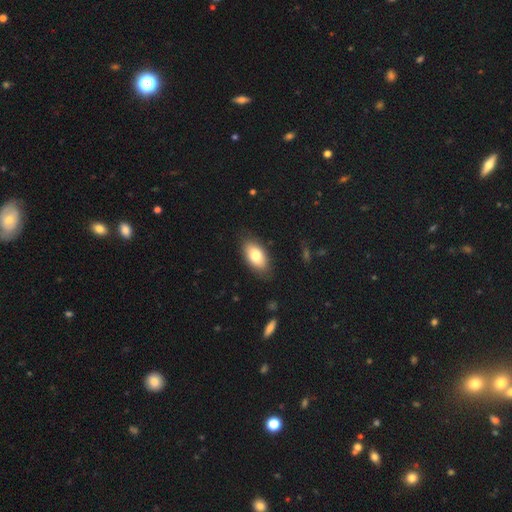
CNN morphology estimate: Smooth or featured? smooth (77%)
How rounded? in between (92%)
Merging? none (83%)